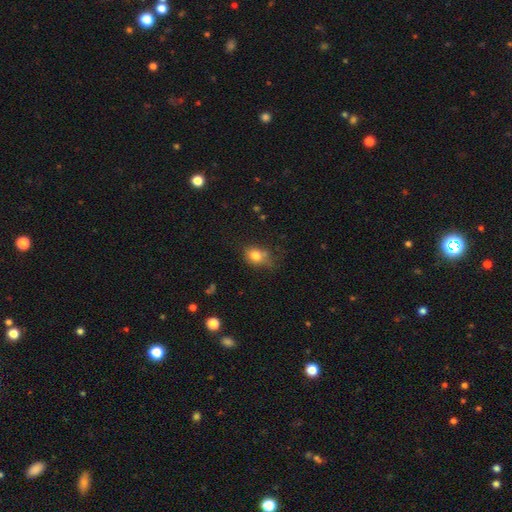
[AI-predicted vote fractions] Morphology: type=smooth (78%); roundness=in between (53%); merging=none (52%).